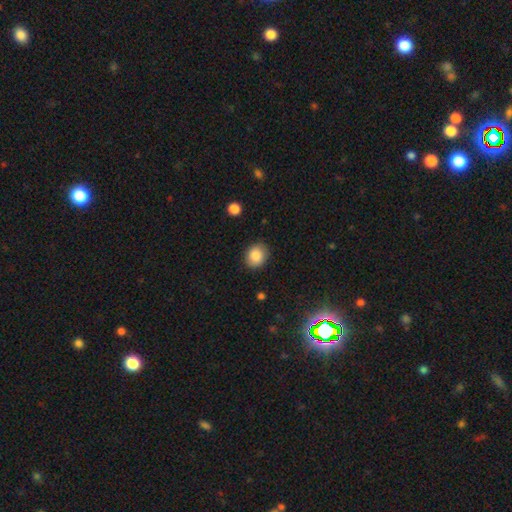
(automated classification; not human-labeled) A smooth galaxy with no disk features (86%) that is round (67%). Merging: none (85%).